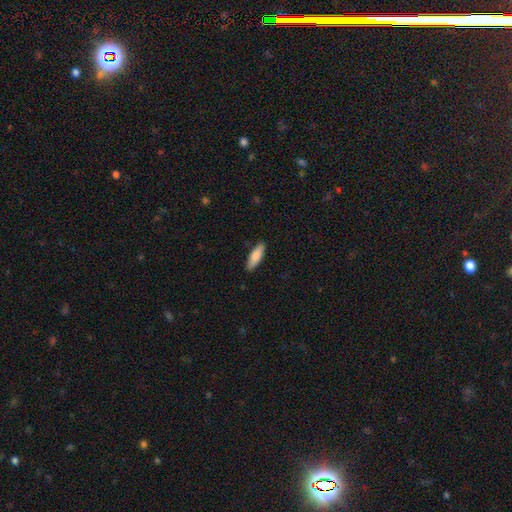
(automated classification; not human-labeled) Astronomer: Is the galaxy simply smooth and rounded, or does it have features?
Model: smooth — 83%.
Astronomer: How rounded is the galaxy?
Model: in between — 50% (runner-up: cigar-shaped, 49%).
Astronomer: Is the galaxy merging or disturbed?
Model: none — 87%.